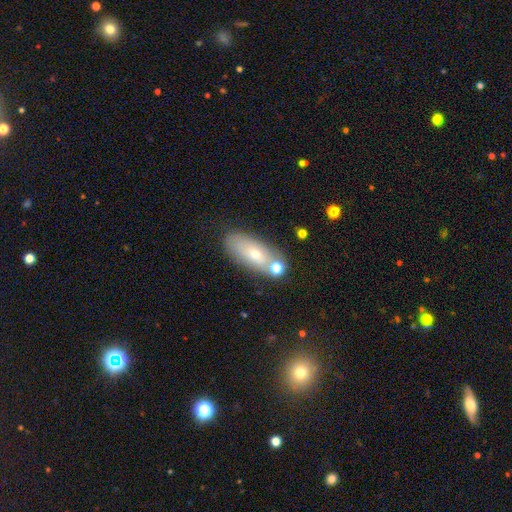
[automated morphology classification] smooth-or-featured: smooth: 57% | featured or disk: 32% | star or artifact: 11%
  how-rounded: in between: 78% | cigar-shaped: 16% | round: 6%
  merging: none: 67% | minor disturbance: 15% | merger: 14% | major disturbance: 4%